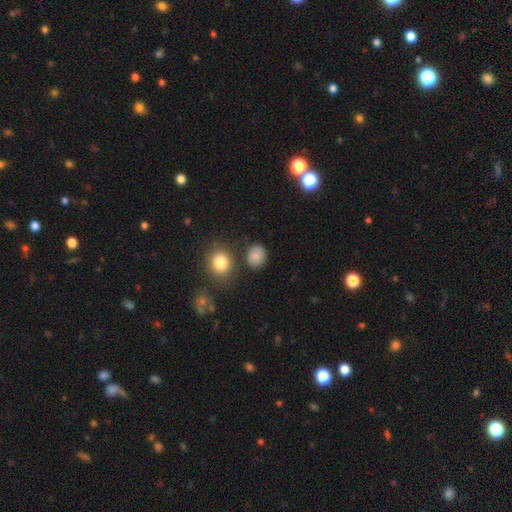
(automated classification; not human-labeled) Morphology: type=smooth (84%); roundness=round (63%); merging=none (79%).